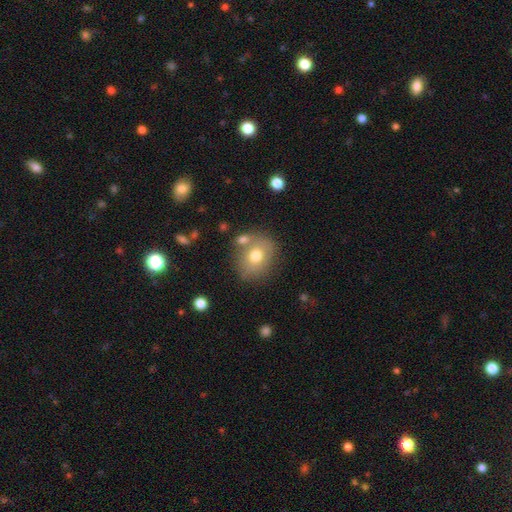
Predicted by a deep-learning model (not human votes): This appears to be a smooth galaxy with no disk features (71%) that is round (60%). Merging: none (64%).